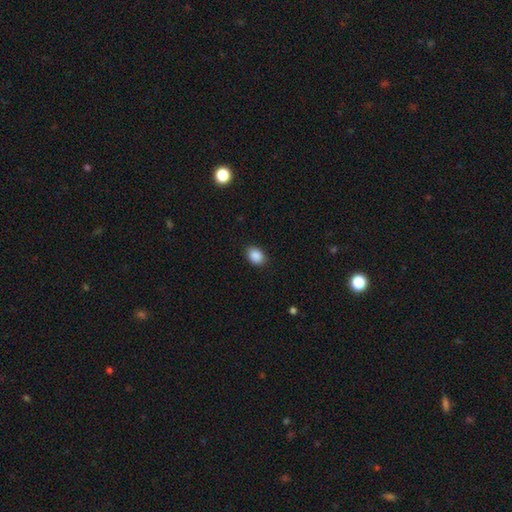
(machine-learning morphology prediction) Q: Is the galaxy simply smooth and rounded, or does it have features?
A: smooth — 89%.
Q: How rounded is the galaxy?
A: in between — 68%.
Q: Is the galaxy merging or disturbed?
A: none — 88%.